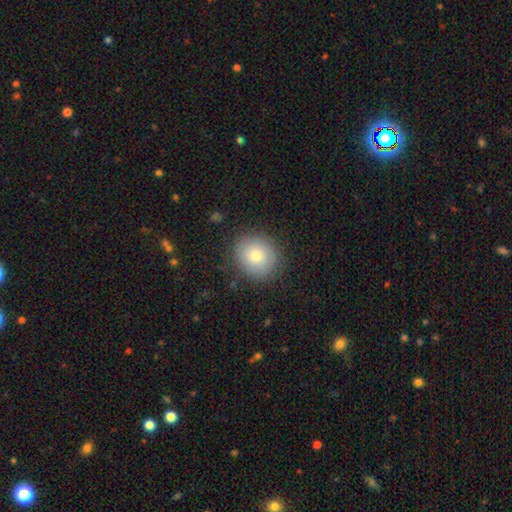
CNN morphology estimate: Smooth or featured? smooth (77%)
How rounded? round (84%)
Merging? none (87%)